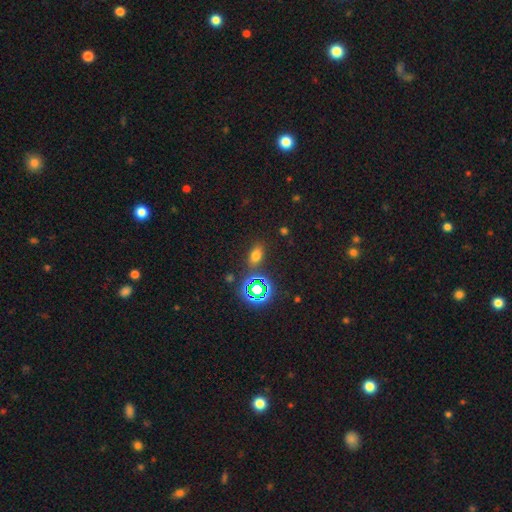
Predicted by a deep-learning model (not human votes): Morphology: type=smooth (63%); roundness=in between (79%); merging=none (82%).